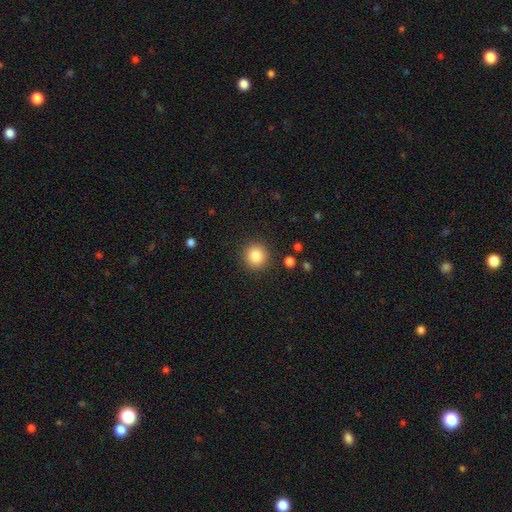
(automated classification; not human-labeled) Smooth or featured? Predicted: smooth (p=0.85). How rounded? Predicted: round (p=0.92). Merging? Predicted: none (p=0.90).